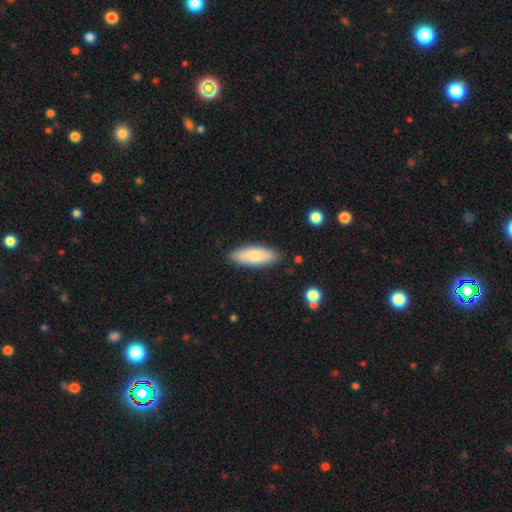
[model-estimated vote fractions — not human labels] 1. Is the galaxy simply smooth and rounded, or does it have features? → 81% smooth, 14% featured or disk, 5% star or artifact.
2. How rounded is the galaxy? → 66% in between, 33% cigar-shaped, 2% round.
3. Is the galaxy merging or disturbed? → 87% none, 10% minor disturbance, 2% major disturbance, 1% merger.